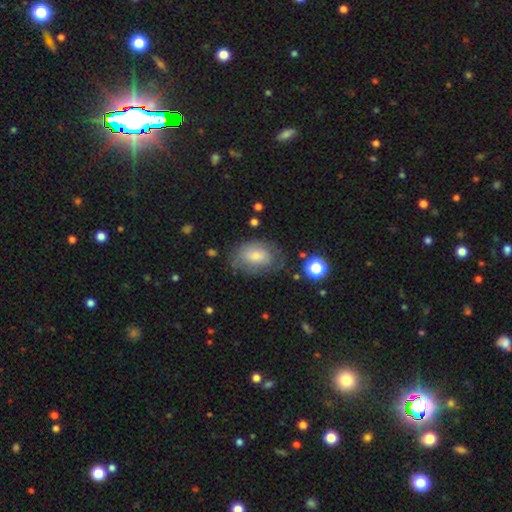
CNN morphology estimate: Smooth or featured? smooth (56%)
How rounded? in between (82%)
Merging? none (64%)